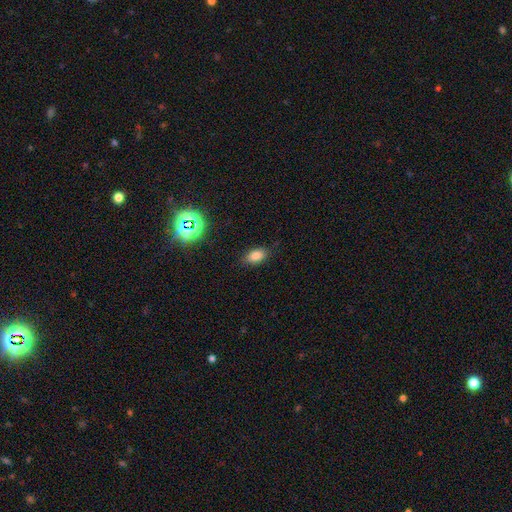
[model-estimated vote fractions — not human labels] smooth_or_featured: smooth (p=0.80) [alt: star or artifact p=0.14]
how_rounded: in between (p=0.88) [alt: round p=0.09]
merging: none (p=0.84) [alt: minor disturbance p=0.12]